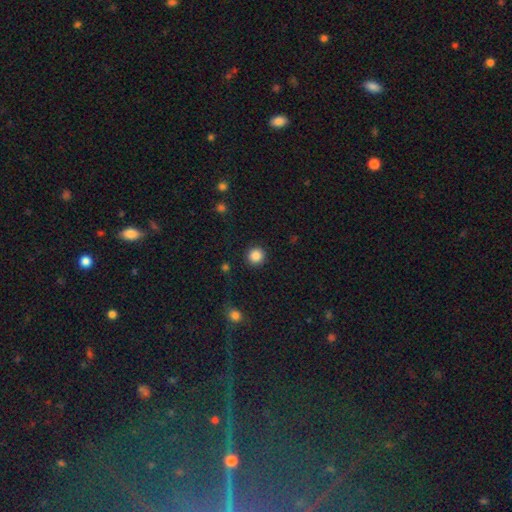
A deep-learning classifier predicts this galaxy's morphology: A smooth galaxy with no disk features (87%) that is round (95%). Merging: none (92%).